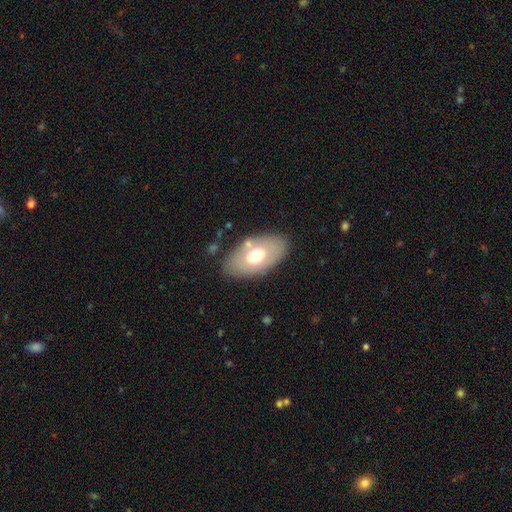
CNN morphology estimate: Smooth or featured? smooth (59%)
How rounded? in between (93%)
Merging? none (77%)